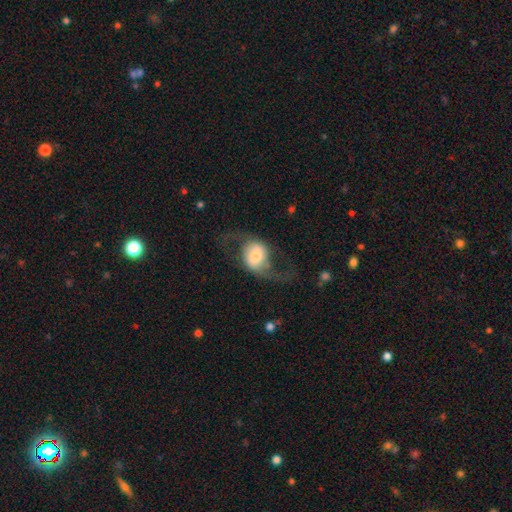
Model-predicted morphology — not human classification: smooth_or_featured: featured or disk (p=0.64) [alt: smooth p=0.29]
disk_edge_on: no (p=0.94) [alt: yes p=0.06]
bar: no (p=0.52) [alt: weak p=0.31]
has_spiral_arms: yes (p=0.86) [alt: no p=0.14]
spiral_winding: loose (p=0.71) [alt: medium p=0.25]
spiral_arm_count: 2 (p=0.92) [alt: can't tell p=0.03]
bulge_size: moderate (p=0.32) [alt: small p=0.31]
merging: none (p=0.58) [alt: major disturbance p=0.24]